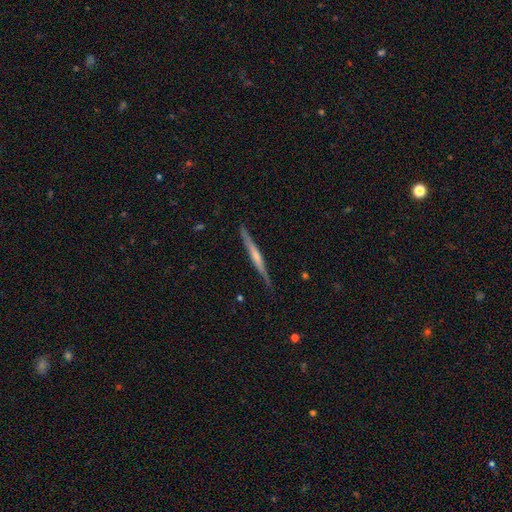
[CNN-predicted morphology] Smooth or featured: featured or disk — 67% (smooth — 27%)
Edge-on disk: yes — 97% (no — 3%)
Edge-on bulge: rounded — 48% (none — 40%)
Merging: none — 87% (minor disturbance — 10%)